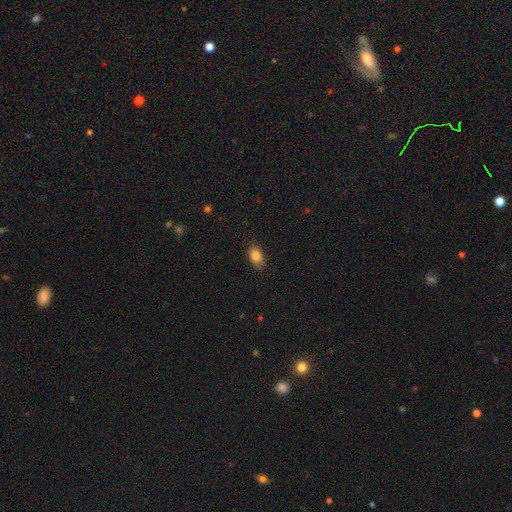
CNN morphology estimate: Smooth or featured? smooth (84%)
How rounded? in between (84%)
Merging? none (83%)